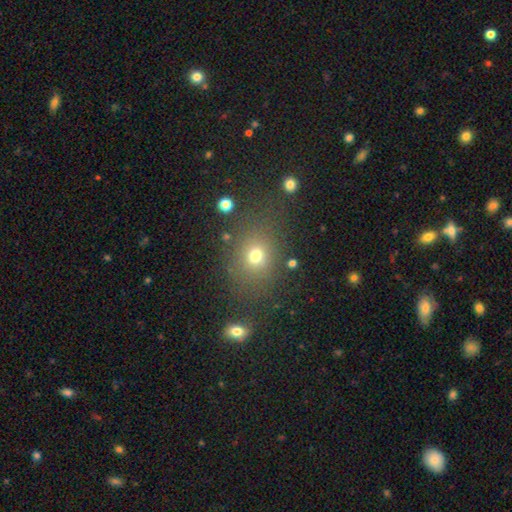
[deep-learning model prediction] smooth 71%, star or artifact 19%, featured or disk 10%. Down the decision tree: how rounded — round (59%); merging — none (75%).